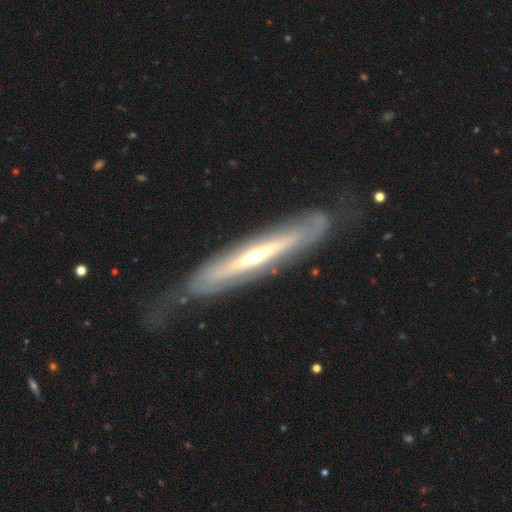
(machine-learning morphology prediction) Smooth or featured? Predicted: featured or disk (p=0.80). Edge-on disk? Predicted: yes (p=0.62). Merging? Predicted: none (p=0.61).